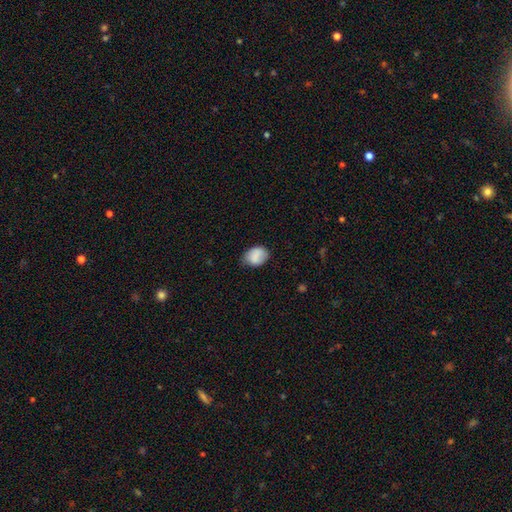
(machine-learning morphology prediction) Smooth or featured? Predicted: smooth (p=0.84). How rounded? Predicted: in between (p=0.65). Merging? Predicted: none (p=0.66).